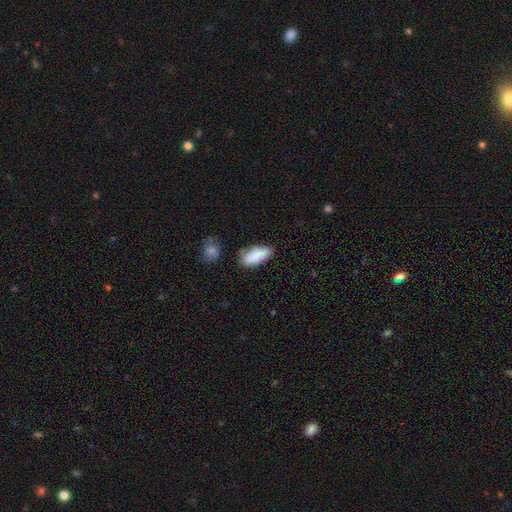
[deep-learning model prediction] Smooth or featured?
  - smooth: 85% *
  - featured or disk: 9%
  - star or artifact: 7%
How rounded?
  - in between: 87% *
  - cigar-shaped: 11%
  - round: 2%
Merging?
  - none: 65% *
  - minor disturbance: 23%
  - merger: 6%
  - major disturbance: 5%